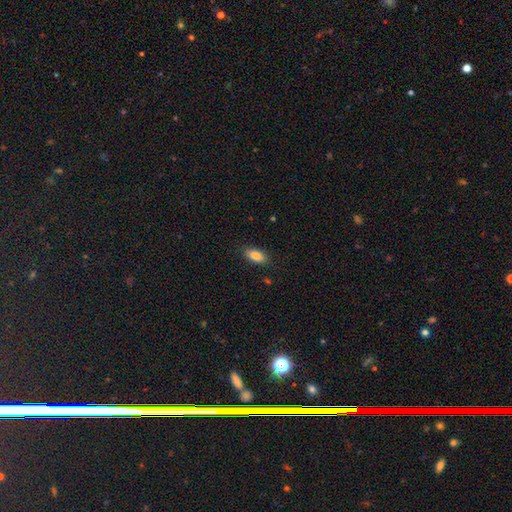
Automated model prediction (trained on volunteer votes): Q: Smooth or featured?
A: smooth (86%); runner-up: star or artifact (7%)
Q: How rounded?
A: in between (87%); runner-up: cigar-shaped (10%)
Q: Merging?
A: none (87%); runner-up: minor disturbance (10%)